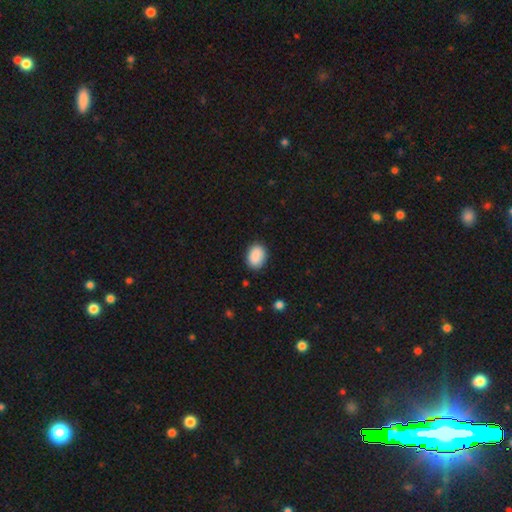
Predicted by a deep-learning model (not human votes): Morphology: type=smooth (90%); roundness=in between (75%); merging=none (85%).